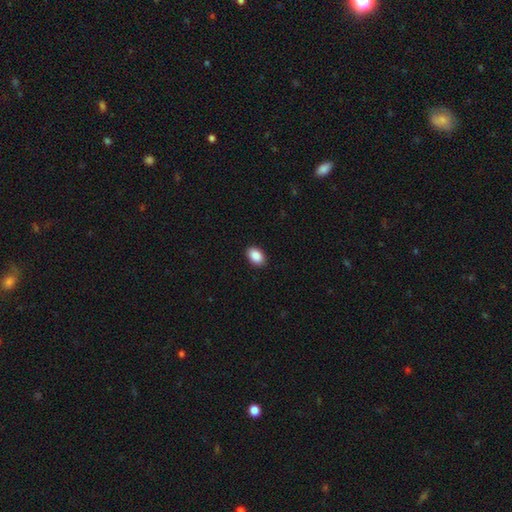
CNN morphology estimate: The model was most divided on "how rounded": in between: 86%, round: 13%, cigar-shaped: 1%. More confident: merging — none (91%); smooth or featured — smooth (90%).